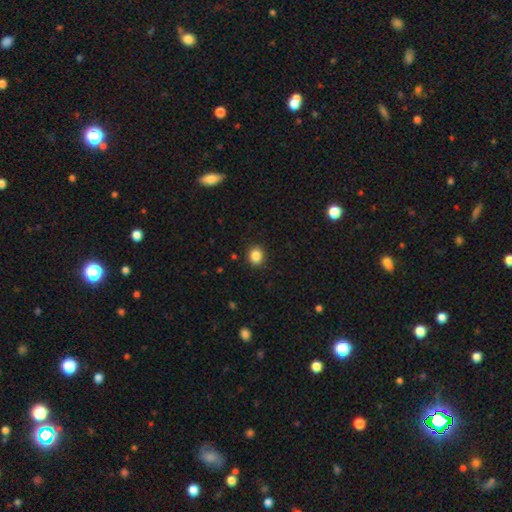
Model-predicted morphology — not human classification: smooth 86%, star or artifact 10%, featured or disk 4%. Down the decision tree: how rounded — round (73%); merging — none (90%).